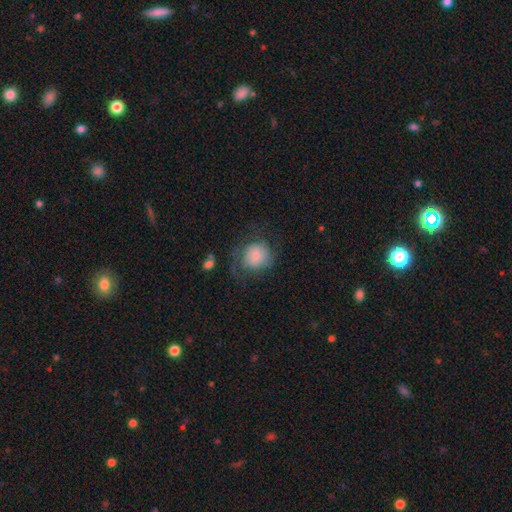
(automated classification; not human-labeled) smooth_or_featured: smooth (p=0.59) [alt: featured or disk p=0.33]
how_rounded: round (p=0.78) [alt: in between p=0.21]
merging: none (p=0.47) [alt: major disturbance p=0.29]